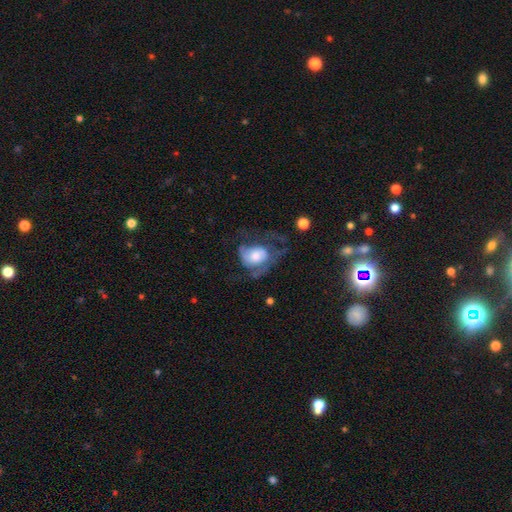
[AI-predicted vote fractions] smooth_or_featured: featured or disk (p=0.55) [alt: smooth p=0.37]
disk_edge_on: no (p=0.97) [alt: yes p=0.03]
bar: no (p=0.77) [alt: weak p=0.19]
has_spiral_arms: yes (p=0.64) [alt: no p=0.36]
bulge_size: moderate (p=0.43) [alt: large p=0.31]
merging: major disturbance (p=0.52) [alt: none p=0.26]